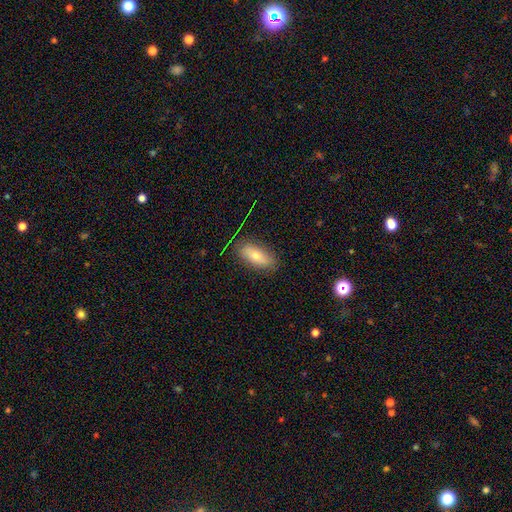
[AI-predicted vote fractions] smooth_or_featured: smooth (p=0.65) [alt: featured or disk p=0.26]
how_rounded: in between (p=0.78) [alt: cigar-shaped p=0.19]
merging: none (p=0.78) [alt: minor disturbance p=0.16]